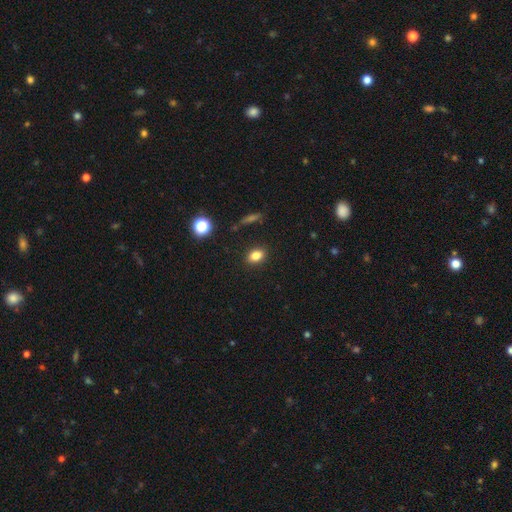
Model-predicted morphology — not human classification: A smooth galaxy with no disk features (82%) that is in between round and cigar-shaped (74%). Merging: none (88%).